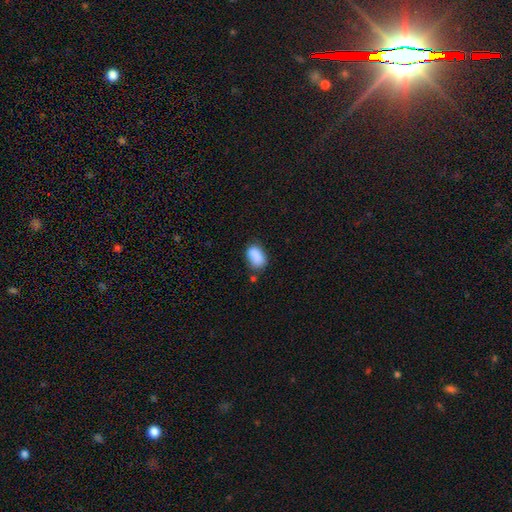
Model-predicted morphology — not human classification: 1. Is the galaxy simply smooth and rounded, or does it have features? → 87% smooth, 8% star or artifact, 5% featured or disk.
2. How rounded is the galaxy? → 88% in between, 10% round, 2% cigar-shaped.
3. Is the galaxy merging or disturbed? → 66% none, 23% minor disturbance, 6% merger, 5% major disturbance.